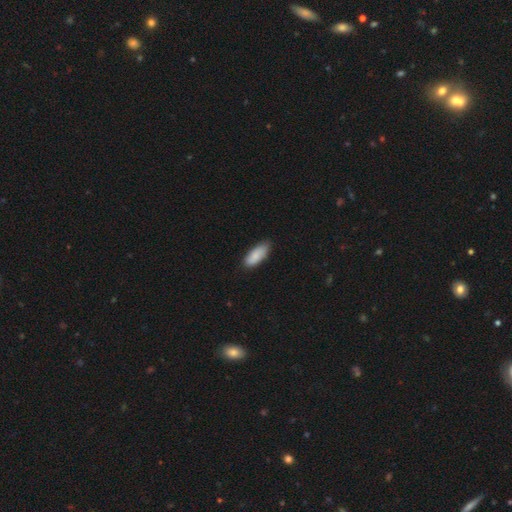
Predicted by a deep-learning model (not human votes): smooth_or_featured: smooth (p=0.86) [alt: featured or disk p=0.08]
how_rounded: in between (p=0.81) [alt: cigar-shaped p=0.17]
merging: none (p=0.74) [alt: minor disturbance p=0.22]